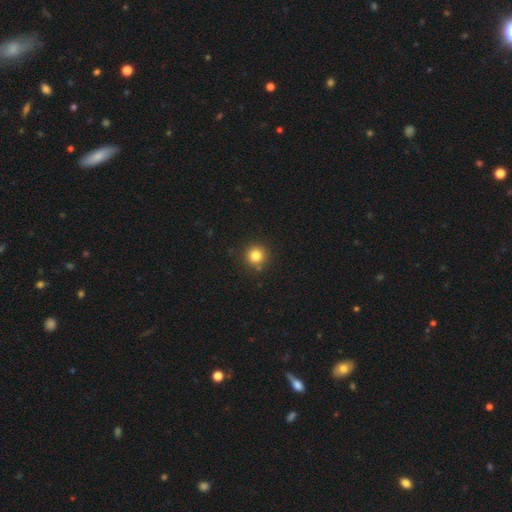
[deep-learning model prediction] Smooth or featured?
  - smooth: 82% *
  - star or artifact: 12%
  - featured or disk: 6%
How rounded?
  - round: 94% *
  - in between: 5%
  - cigar-shaped: 1%
Merging?
  - none: 89% *
  - minor disturbance: 7%
  - merger: 2%
  - major disturbance: 2%